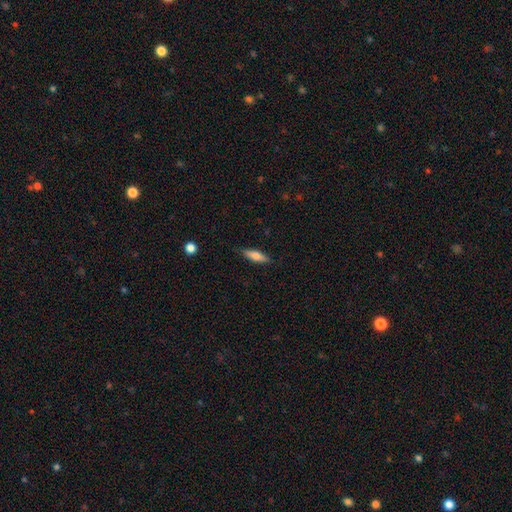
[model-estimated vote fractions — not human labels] smooth 65%, featured or disk 29%, star or artifact 6%. Down the decision tree: how rounded — cigar-shaped (60%); merging — none (85%).